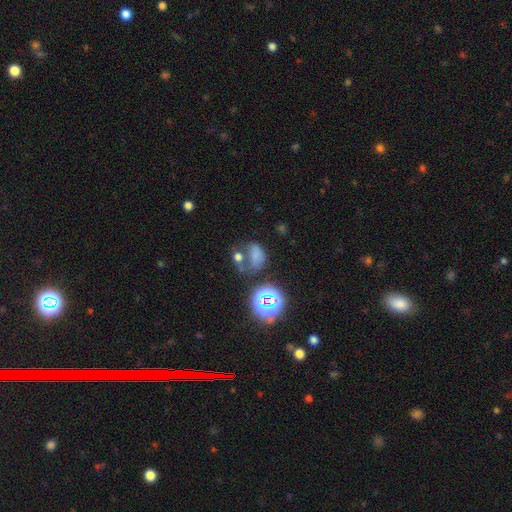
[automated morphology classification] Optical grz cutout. It shows a smooth galaxy with no disk features (58%) that is in between round and cigar-shaped (72%). Merging: none (33%).